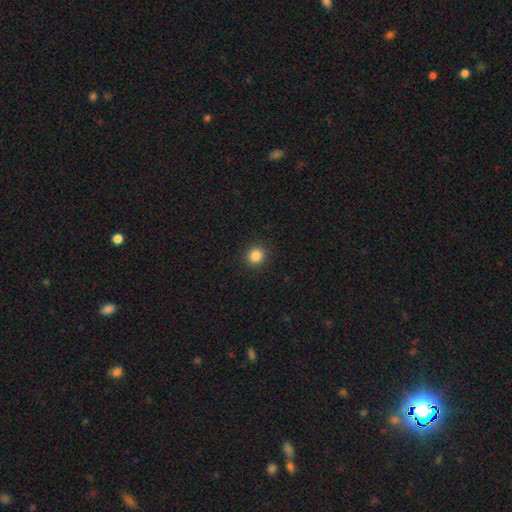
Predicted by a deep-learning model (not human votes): Smooth or featured?
  - smooth: 85% *
  - star or artifact: 11%
  - featured or disk: 3%
How rounded?
  - round: 91% *
  - in between: 8%
  - cigar-shaped: 1%
Merging?
  - none: 92% *
  - minor disturbance: 5%
  - major disturbance: 2%
  - merger: 1%